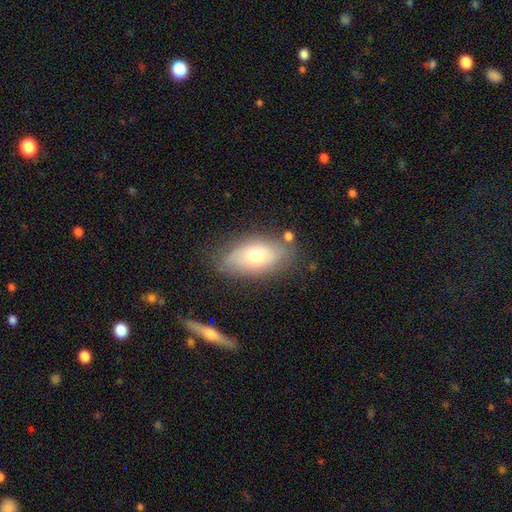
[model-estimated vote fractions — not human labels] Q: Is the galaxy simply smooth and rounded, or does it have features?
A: smooth — 61%.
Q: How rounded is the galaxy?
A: in between — 90%.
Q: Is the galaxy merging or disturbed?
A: none — 71%.